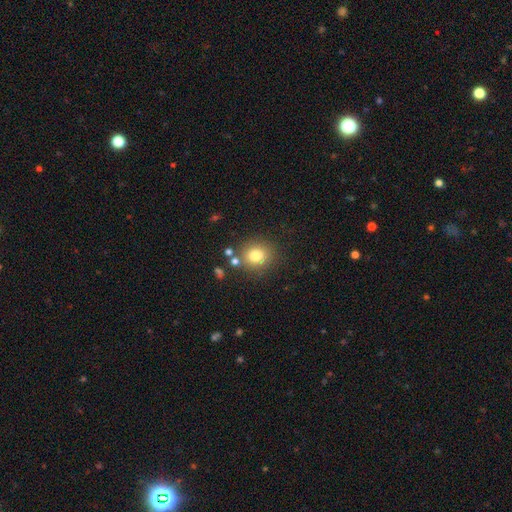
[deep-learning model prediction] smooth 79%, star or artifact 12%, featured or disk 9%. Down the decision tree: how rounded — round (81%); merging — none (78%).